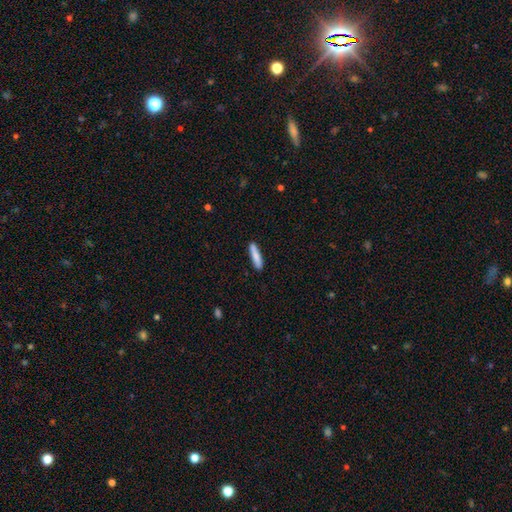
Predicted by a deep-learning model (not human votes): The model was most divided on "smooth or featured": smooth: 83%, featured or disk: 11%, star or artifact: 6%. More confident: merging — none (88%); how rounded — cigar-shaped (88%).